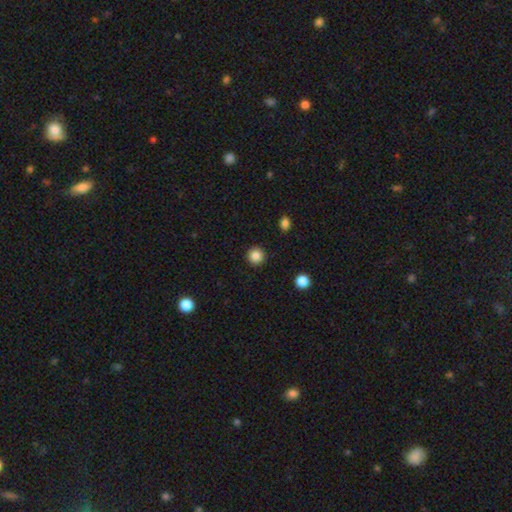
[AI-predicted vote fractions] smooth-or-featured: smooth: 85% | star or artifact: 11% | featured or disk: 4%
  how-rounded: round: 95% | in between: 4% | cigar-shaped: 1%
  merging: none: 92% | minor disturbance: 5% | major disturbance: 2% | merger: 1%